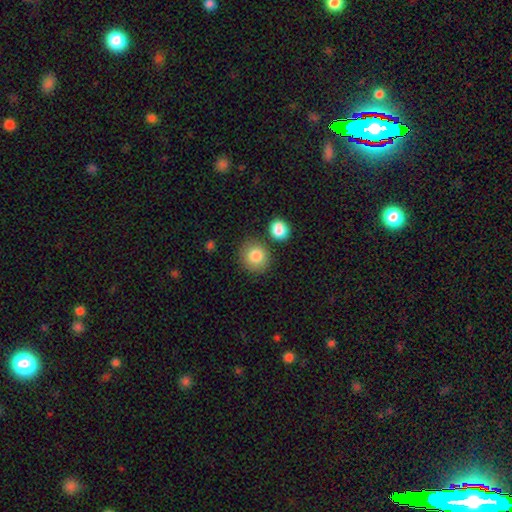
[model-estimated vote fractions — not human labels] smooth_or_featured: smooth (p=0.86) [alt: star or artifact p=0.08]
how_rounded: round (p=0.84) [alt: in between p=0.16]
merging: none (p=0.76) [alt: minor disturbance p=0.11]